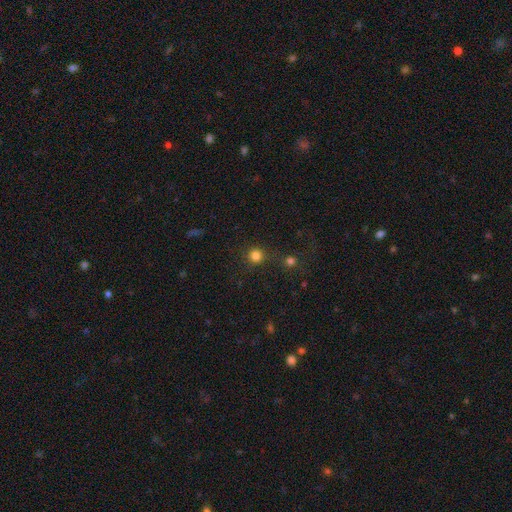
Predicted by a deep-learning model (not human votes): smooth 80%, star or artifact 15%, featured or disk 4%. Down the decision tree: how rounded — round (94%); merging — none (82%).